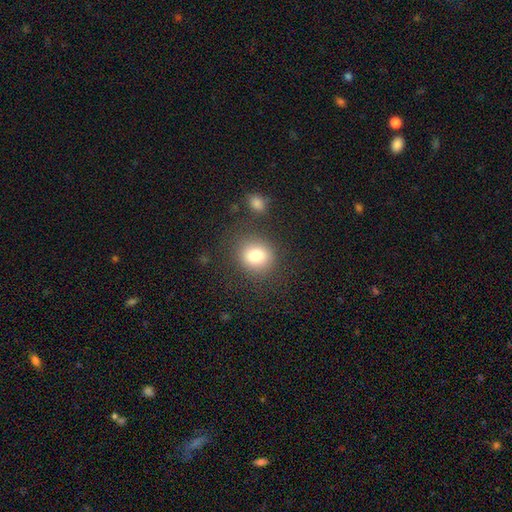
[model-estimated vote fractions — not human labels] A smooth galaxy with no disk features (79%) that is round (78%).

Vote fractions:
- Smooth or featured? smooth: 79% / star or artifact: 11% / featured or disk: 9%
- How rounded? round: 78% / in between: 21% / cigar-shaped: 1%
- Merging? none: 82% / minor disturbance: 10% / major disturbance: 5% / merger: 4%